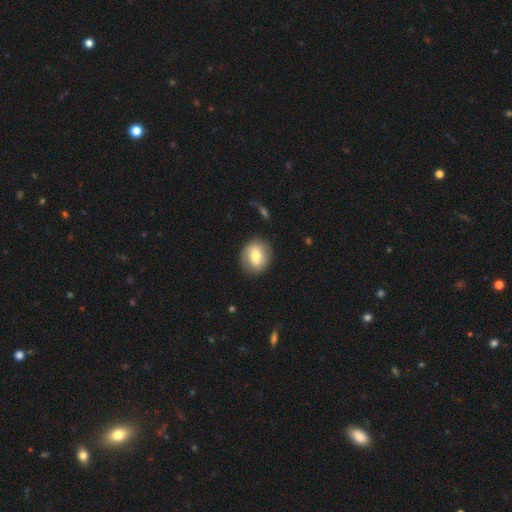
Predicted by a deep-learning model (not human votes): Smooth or featured? Predicted: smooth (p=0.66). How rounded? Predicted: round (p=0.73). Merging? Predicted: none (p=0.85).